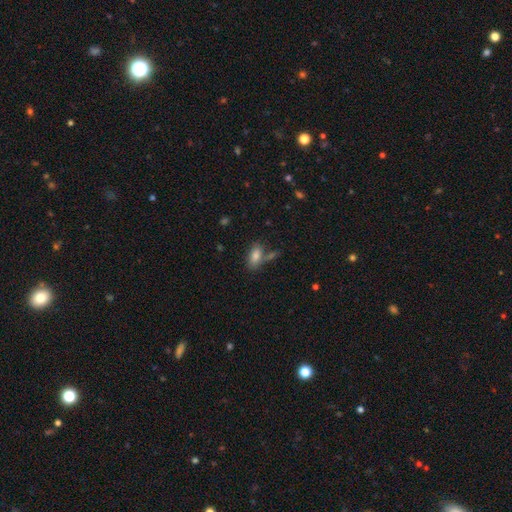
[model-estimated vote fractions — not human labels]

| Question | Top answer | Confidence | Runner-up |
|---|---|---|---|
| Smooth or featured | smooth | 81% | featured or disk (11%) |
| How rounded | in between | 86% | cigar-shaped (9%) |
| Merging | none | 61% | merger (19%) |